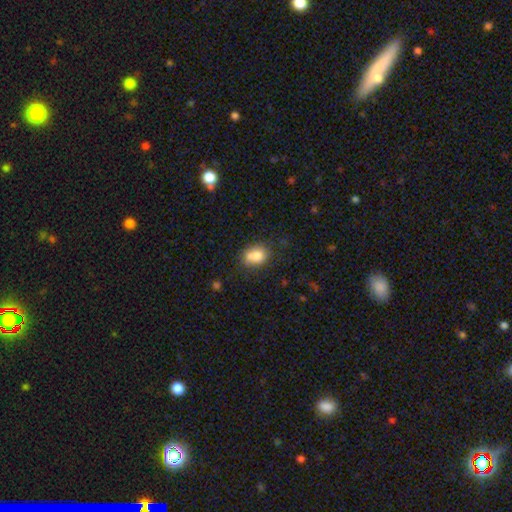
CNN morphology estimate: The model was most divided on "merging": none: 60%, minor disturbance: 24%, merger: 9%, major disturbance: 7%. More confident: smooth or featured — smooth (82%); how rounded — in between (70%).